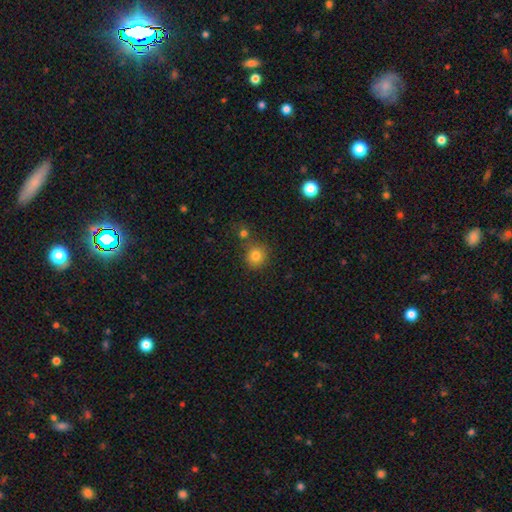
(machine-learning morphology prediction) A smooth galaxy with no disk features (81%) that is round (89%).

Vote fractions:
- Smooth or featured? smooth: 81% / star or artifact: 13% / featured or disk: 7%
- How rounded? round: 89% / in between: 10% / cigar-shaped: 1%
- Merging? none: 73% / merger: 14% / minor disturbance: 10% / major disturbance: 3%